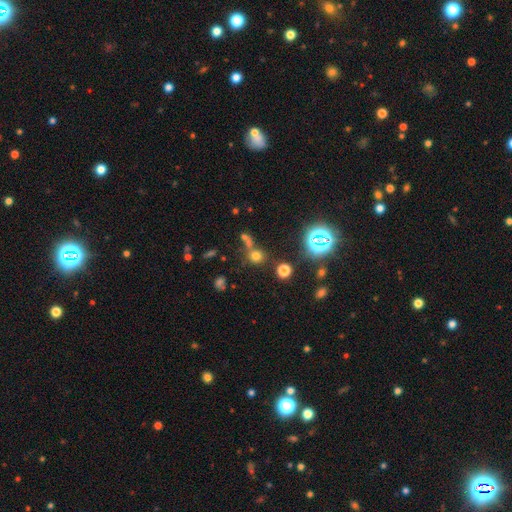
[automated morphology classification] This is likely a smooth galaxy (63%). How rounded: clearly round (87%). Merging: likely none (62%).